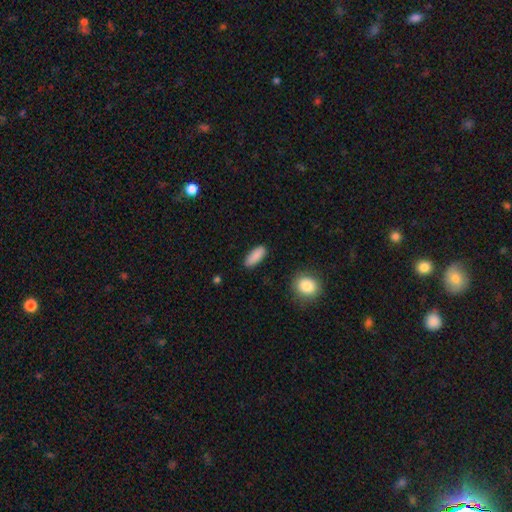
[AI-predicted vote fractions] This appears to be a smooth galaxy with no disk features (88%) that is in between round and cigar-shaped (71%). Merging: none (86%).